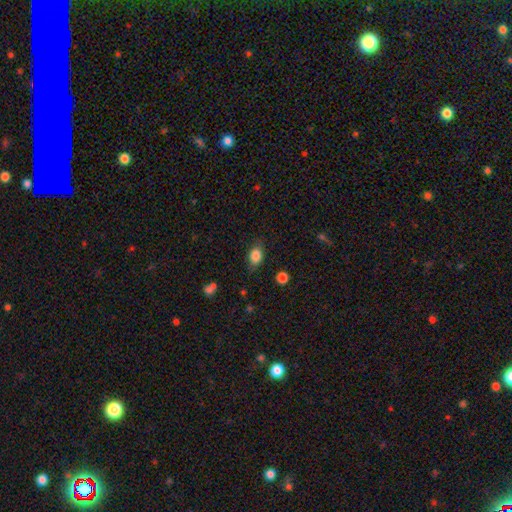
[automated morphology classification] Q: Smooth or featured?
A: smooth (84%); runner-up: star or artifact (8%)
Q: How rounded?
A: in between (76%); runner-up: round (22%)
Q: Merging?
A: none (76%); runner-up: minor disturbance (18%)